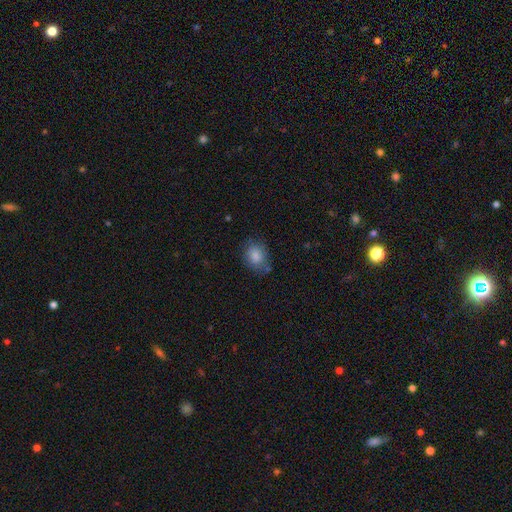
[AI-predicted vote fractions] A smooth galaxy with no disk features (85%) that is in between round and cigar-shaped (58%). Merging: none (70%).